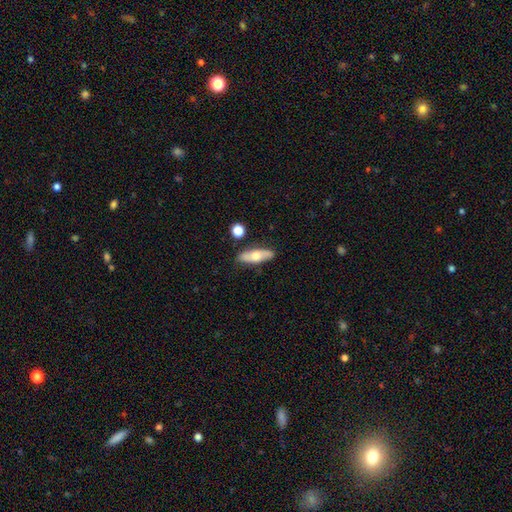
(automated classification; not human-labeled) Morphology: type=smooth (58%); roundness=in between (56%); merging=none (81%).